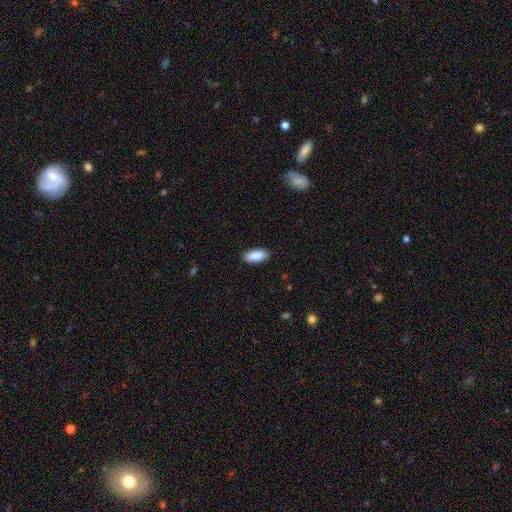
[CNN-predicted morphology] type=smooth (90%); roundness=in between (87%); merging=none (88%).